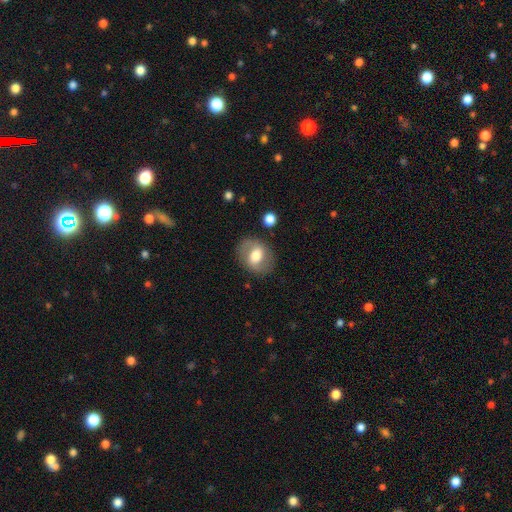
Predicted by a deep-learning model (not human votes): The model was most divided on "smooth or featured": smooth: 55%, featured or disk: 38%, star or artifact: 7%. More confident: merging — none (79%); how rounded — in between (59%).